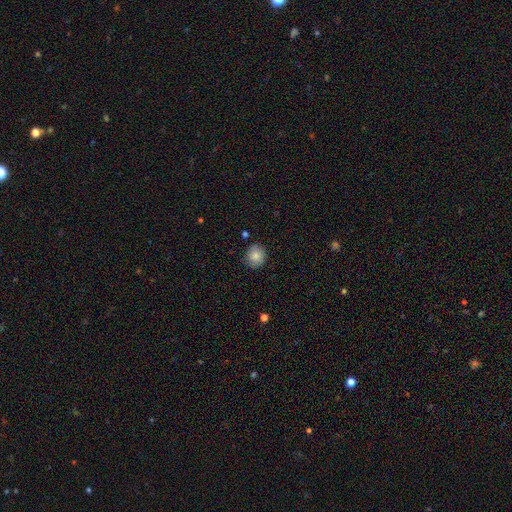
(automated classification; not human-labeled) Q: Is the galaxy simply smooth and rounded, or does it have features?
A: smooth — 82%.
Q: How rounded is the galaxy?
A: round — 86%.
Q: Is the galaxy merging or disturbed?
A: none — 85%.